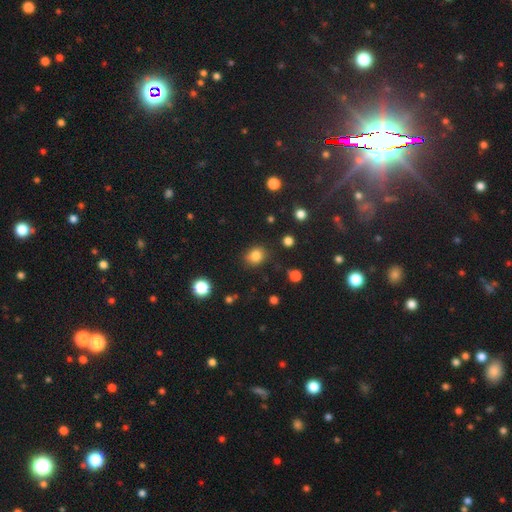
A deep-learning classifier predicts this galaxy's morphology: smooth 82%, star or artifact 12%, featured or disk 6%. Down the decision tree: how rounded — round (65%); merging — none (84%).